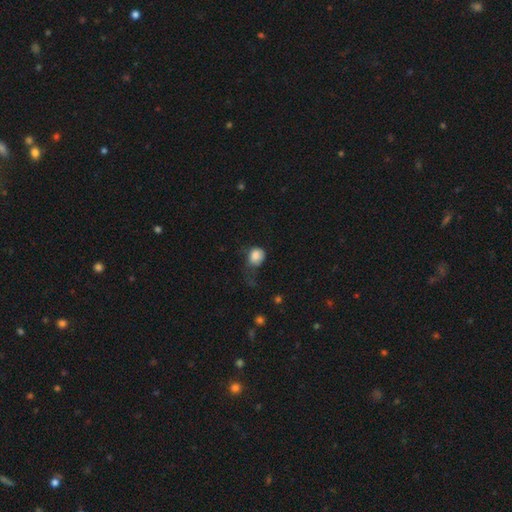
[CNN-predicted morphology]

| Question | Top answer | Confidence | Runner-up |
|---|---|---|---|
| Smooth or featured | smooth | 84% | star or artifact (9%) |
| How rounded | round | 61% | in between (38%) |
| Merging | none | 35% | minor disturbance (32%) |